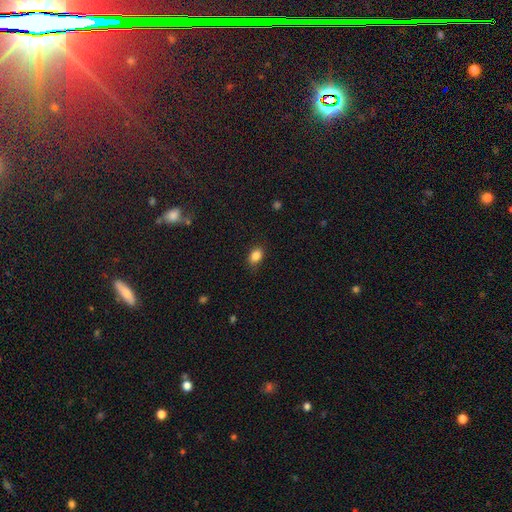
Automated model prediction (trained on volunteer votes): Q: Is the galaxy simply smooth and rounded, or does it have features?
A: smooth — 86%.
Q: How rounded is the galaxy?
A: in between — 77%.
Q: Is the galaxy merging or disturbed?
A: none — 82%.